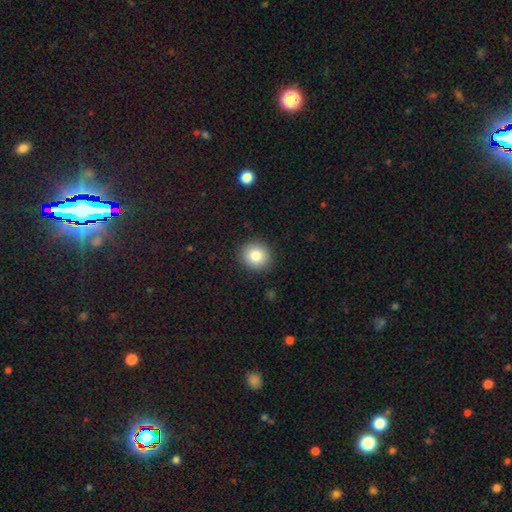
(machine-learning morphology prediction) Smooth or featured: smooth — 84% (star or artifact — 9%)
How rounded: round — 89% (in between — 10%)
Merging: none — 91% (minor disturbance — 6%)